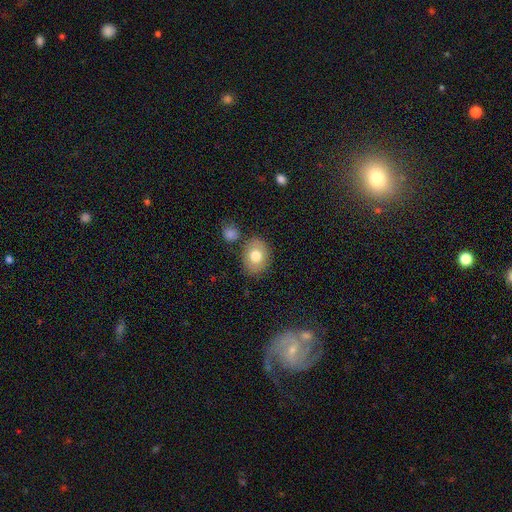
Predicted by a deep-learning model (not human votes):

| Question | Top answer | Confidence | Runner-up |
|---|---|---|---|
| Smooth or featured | smooth | 76% | featured or disk (16%) |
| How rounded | in between | 59% | round (40%) |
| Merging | none | 76% | minor disturbance (13%) |